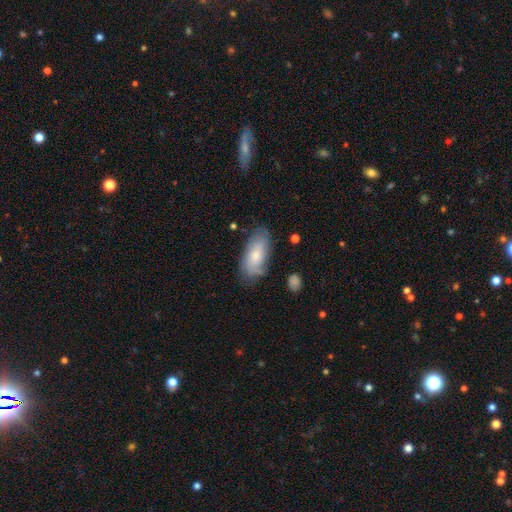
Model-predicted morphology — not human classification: type=smooth (57%); roundness=in between (89%); merging=none (67%).